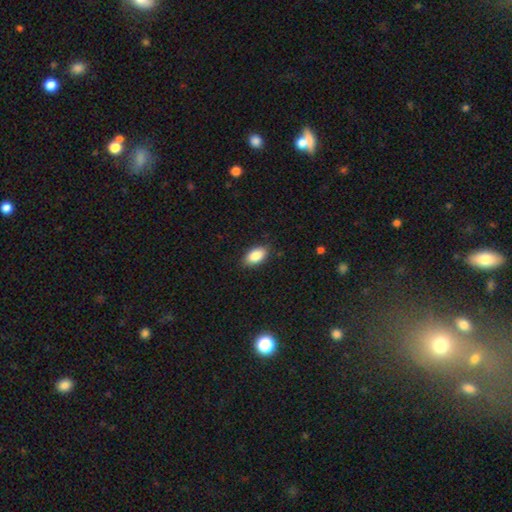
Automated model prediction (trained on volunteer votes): smooth-or-featured: smooth: 87% | star or artifact: 7% | featured or disk: 6%
  how-rounded: in between: 93% | round: 4% | cigar-shaped: 3%
  merging: none: 86% | minor disturbance: 11% | major disturbance: 2% | merger: 1%